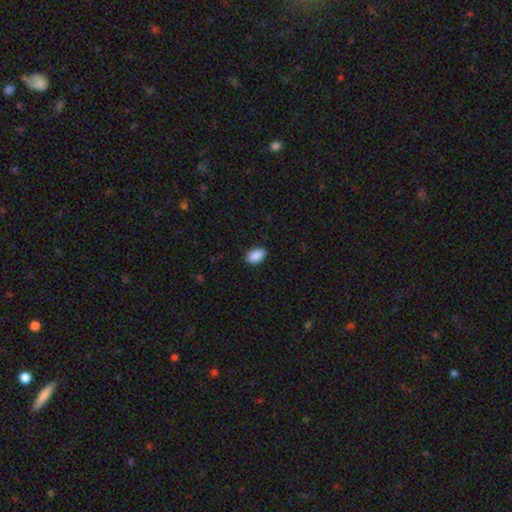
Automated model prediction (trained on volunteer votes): This is clearly a smooth galaxy (90%). How rounded: clearly in between (92%). Merging: clearly none (86%).